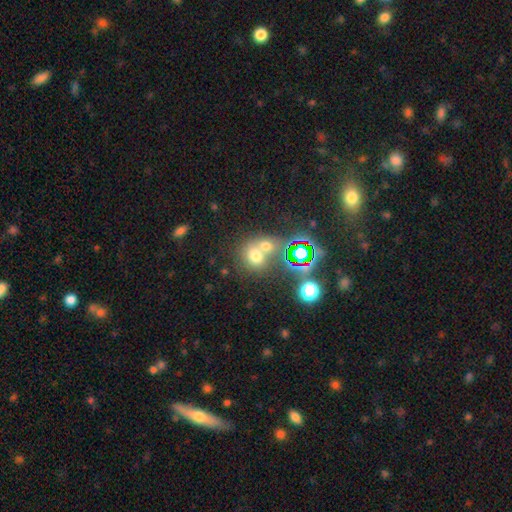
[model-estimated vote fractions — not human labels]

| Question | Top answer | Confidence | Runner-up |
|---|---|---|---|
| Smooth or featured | smooth | 64% | star or artifact (24%) |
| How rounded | round | 73% | in between (26%) |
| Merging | merger | 51% | none (38%) |